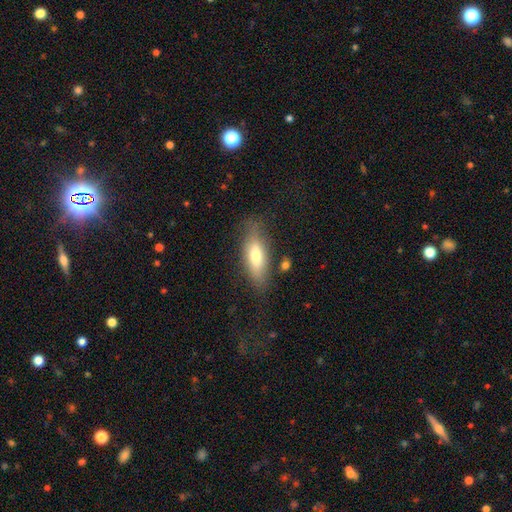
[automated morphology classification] Overall: smooth (67%). How rounded: in between (61%; cigar-shaped 36%). Merging: none (75%).